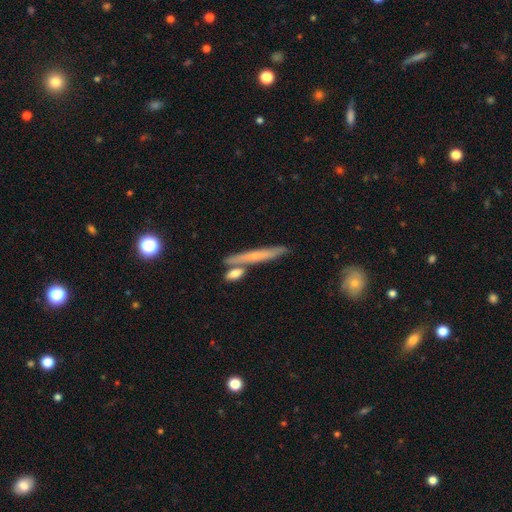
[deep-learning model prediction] Smooth or featured: featured or disk — 48% (smooth — 45%)
Merging: none — 75% (merger — 11%)